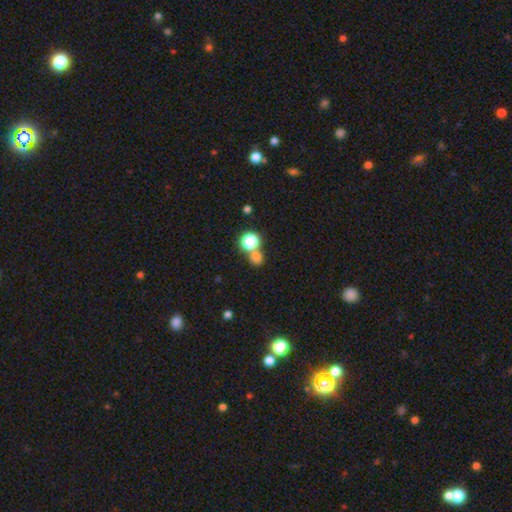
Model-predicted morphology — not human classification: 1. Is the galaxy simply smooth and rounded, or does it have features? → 71% smooth, 22% star or artifact, 7% featured or disk.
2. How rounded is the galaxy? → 81% round, 18% in between, 1% cigar-shaped.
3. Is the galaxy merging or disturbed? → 54% none, 34% merger, 8% minor disturbance, 4% major disturbance.